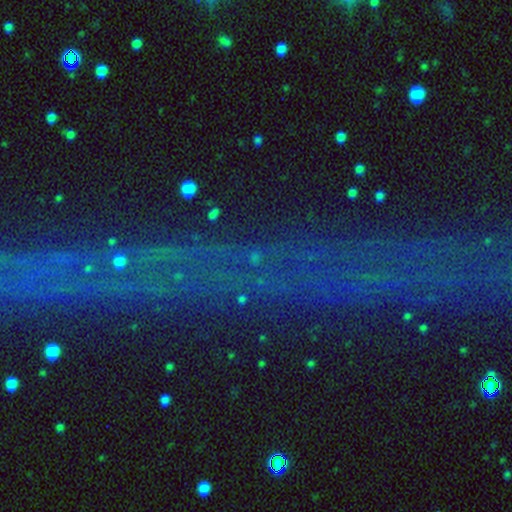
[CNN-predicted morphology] This appears to be a star or artifact, not a galaxy (70%).